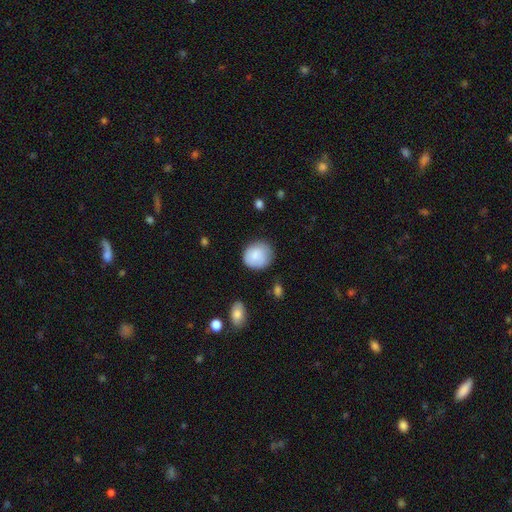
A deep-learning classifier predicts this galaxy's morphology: type=smooth (83%); roundness=round (81%); merging=none (74%).